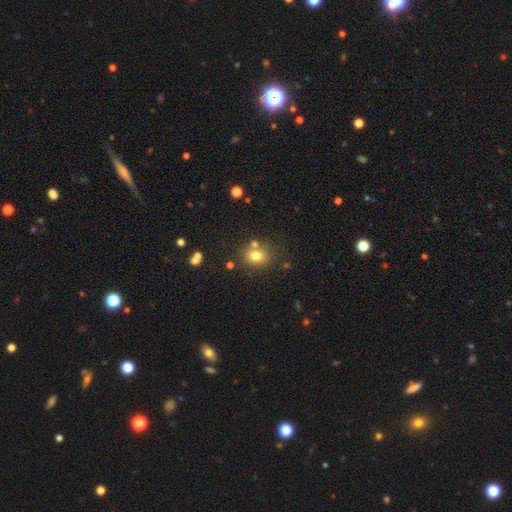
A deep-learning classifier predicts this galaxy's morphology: Smooth or featured? Predicted: smooth (p=0.76). How rounded? Predicted: round (p=0.59). Merging? Predicted: none (p=0.68).